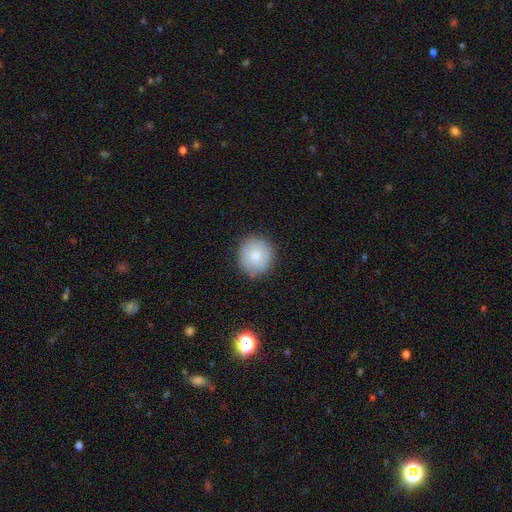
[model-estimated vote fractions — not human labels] Morphology: type=smooth (73%); roundness=round (91%); merging=none (85%).